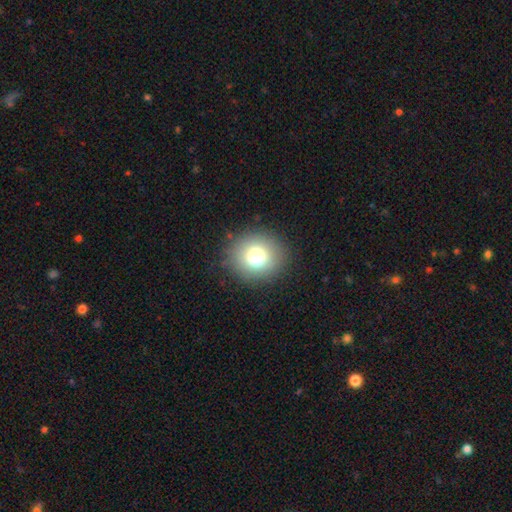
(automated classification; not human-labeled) The model was most divided on "smooth or featured": smooth: 77%, star or artifact: 12%, featured or disk: 11%. More confident: merging — none (88%); how rounded — round (84%).